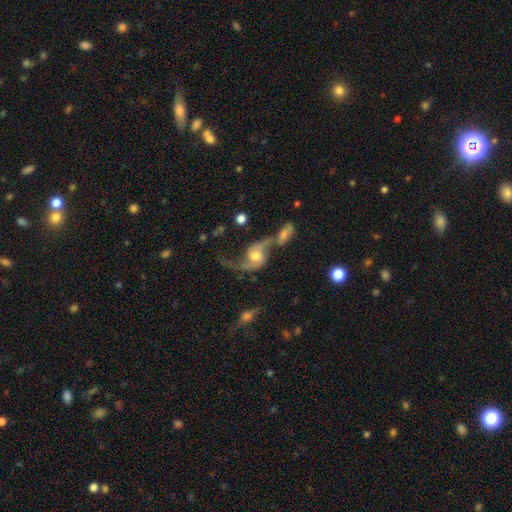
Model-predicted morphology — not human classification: A featured or disk galaxy (81%) with no bar (59%), 2 (88%) loose (73%) spiral arms (94%) and a moderate central bulge (60%). Merging: merger (46%).